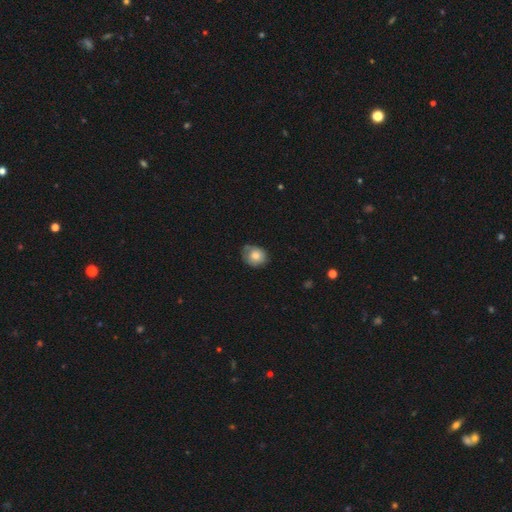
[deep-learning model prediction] A smooth galaxy with no disk features (73%) that is round (64%). Merging: none (60%).